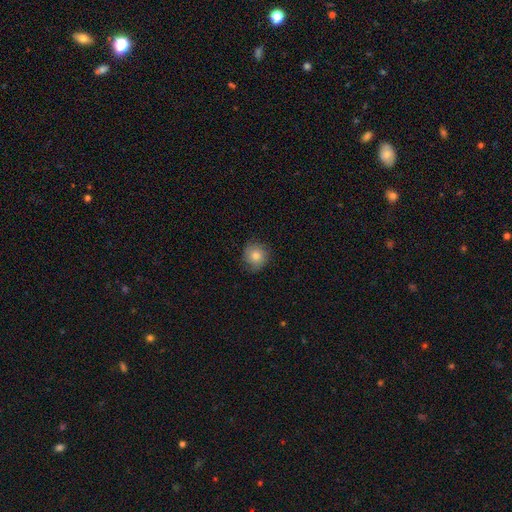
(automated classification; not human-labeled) Smooth or featured?
  - smooth: 77% *
  - featured or disk: 14%
  - star or artifact: 9%
How rounded?
  - round: 91% *
  - in between: 8%
  - cigar-shaped: 1%
Merging?
  - none: 81% *
  - minor disturbance: 15%
  - major disturbance: 3%
  - merger: 1%